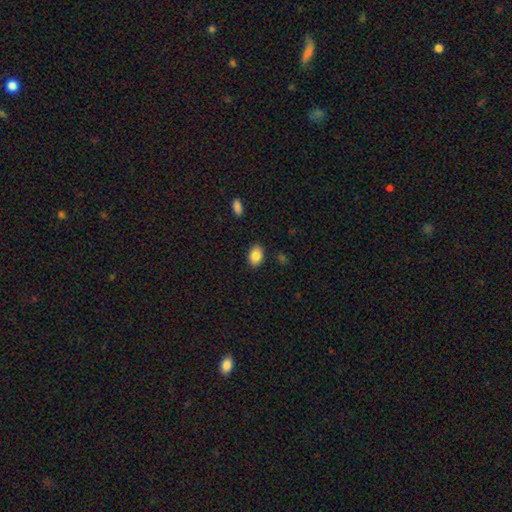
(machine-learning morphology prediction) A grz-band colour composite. It shows a smooth galaxy with no disk features (85%) that is in between round and cigar-shaped (80%). Merging: none (88%).